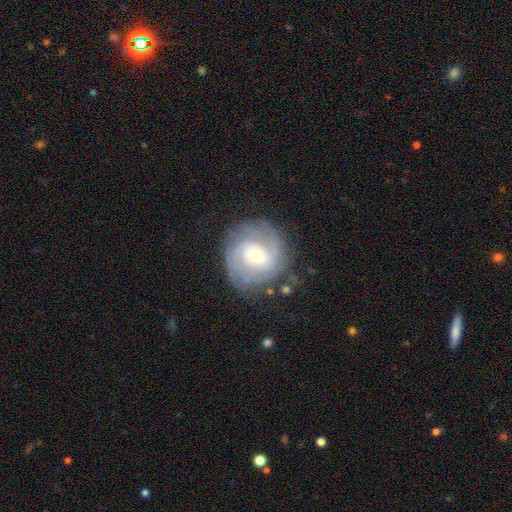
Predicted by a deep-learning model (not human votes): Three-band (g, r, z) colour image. It shows a featured or disk galaxy (76%) with no bar (56%), 2 (39%) tight (67%) spiral arms (89%) and a small central bulge (51%). Merging: none (78%).